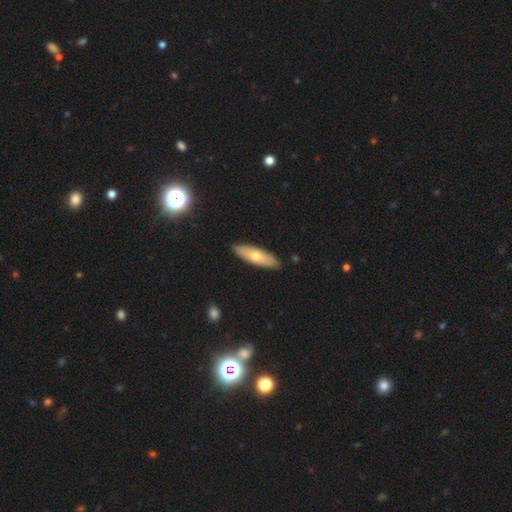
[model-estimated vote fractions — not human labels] The model was most divided on "how rounded": cigar-shaped: 54%, in between: 44%, round: 2%. More confident: merging — none (90%); smooth or featured — smooth (61%).